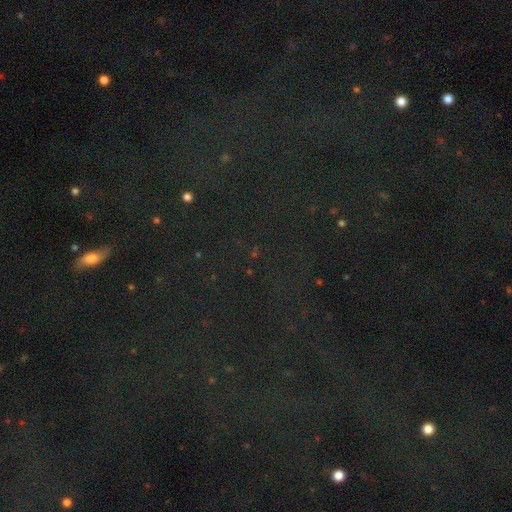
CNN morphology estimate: smooth_or_featured: star or artifact (p=0.80) [alt: smooth p=0.12]